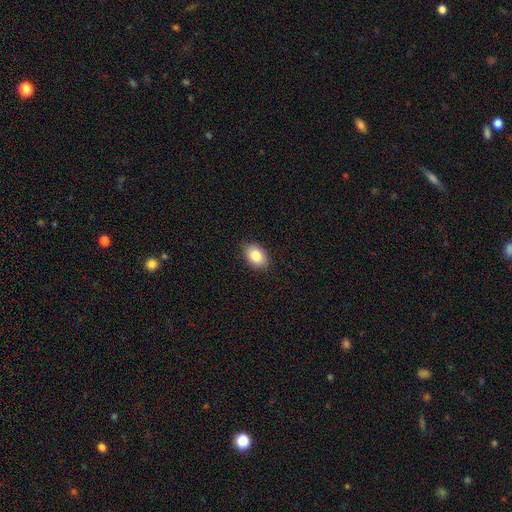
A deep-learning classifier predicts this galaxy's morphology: type=smooth (85%); roundness=in between (84%); merging=none (87%).